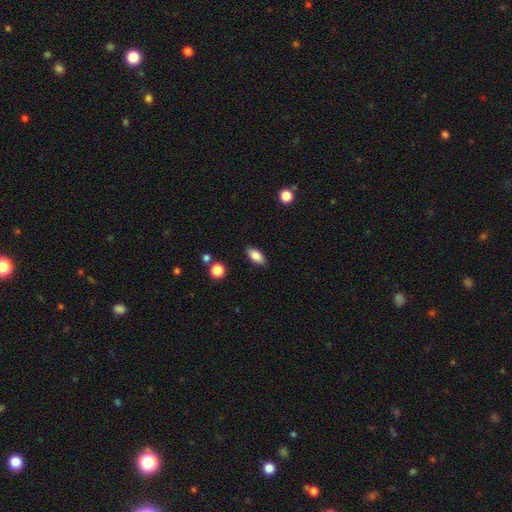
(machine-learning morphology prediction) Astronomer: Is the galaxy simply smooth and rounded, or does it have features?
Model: smooth — 82%.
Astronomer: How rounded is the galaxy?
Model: in between — 88%.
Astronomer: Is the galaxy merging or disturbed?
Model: none — 87%.